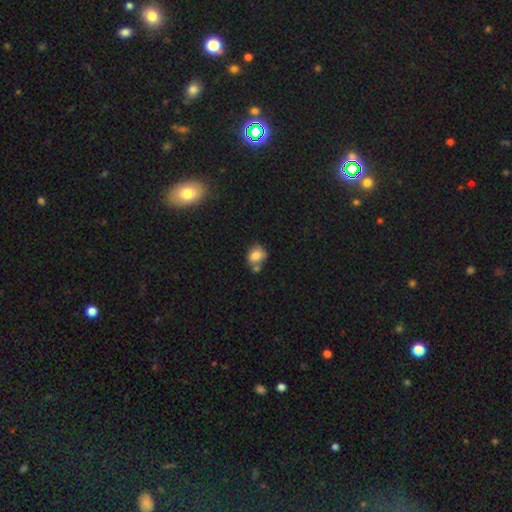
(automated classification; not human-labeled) Smooth or featured: smooth — 80% (featured or disk — 11%)
How rounded: round — 58% (in between — 41%)
Merging: none — 46% (merger — 29%)